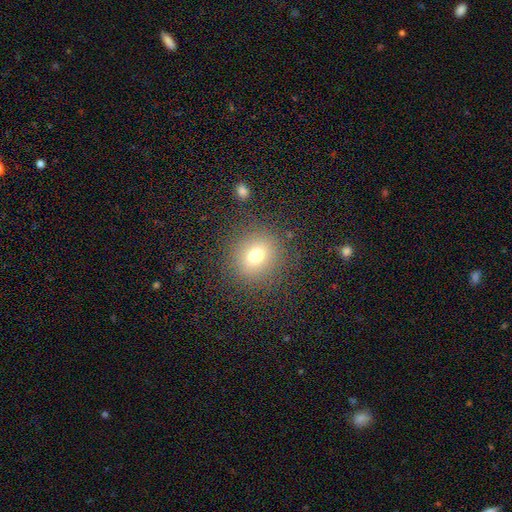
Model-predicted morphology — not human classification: smooth_or_featured: smooth (p=0.71) [alt: star or artifact p=0.17]
how_rounded: round (p=0.85) [alt: in between p=0.14]
merging: none (p=0.85) [alt: minor disturbance p=0.08]